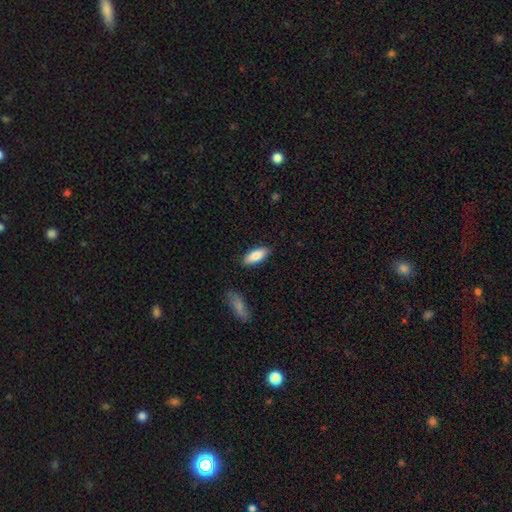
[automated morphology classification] Overall: smooth (85%). How rounded: in between (79%). Merging: none (86%).